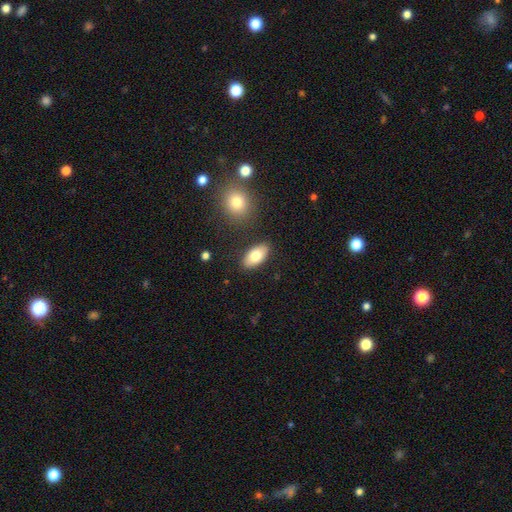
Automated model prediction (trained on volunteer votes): Q: Smooth or featured?
A: smooth (79%); runner-up: featured or disk (14%)
Q: How rounded?
A: in between (93%); runner-up: cigar-shaped (4%)
Q: Merging?
A: none (85%); runner-up: minor disturbance (9%)